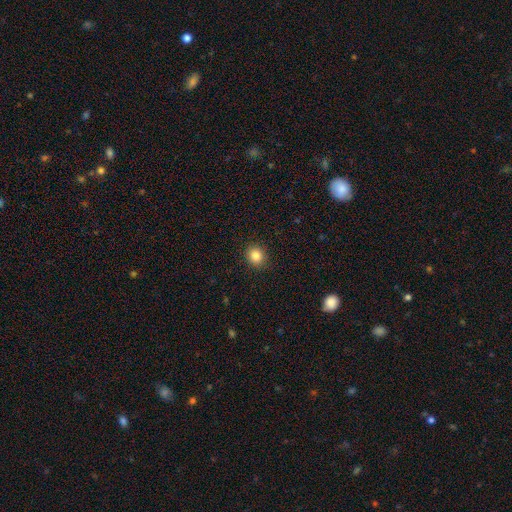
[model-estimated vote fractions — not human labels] A smooth galaxy with no disk features (85%) that is round (85%).

Vote fractions:
- Smooth or featured? smooth: 85% / star or artifact: 10% / featured or disk: 4%
- How rounded? round: 85% / in between: 14% / cigar-shaped: 1%
- Merging? none: 91% / minor disturbance: 6% / major disturbance: 2% / merger: 1%